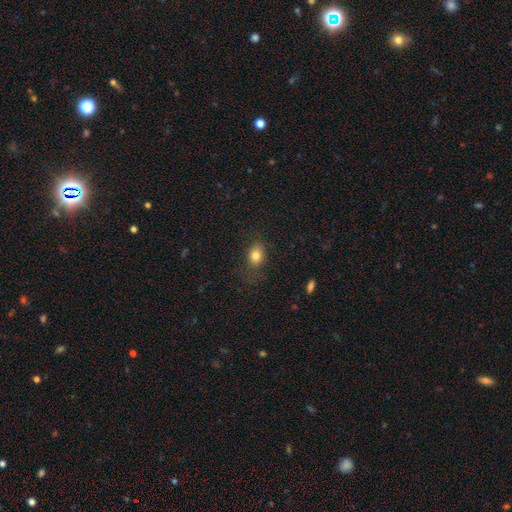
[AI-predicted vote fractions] A smooth galaxy with no disk features (81%) that is in between round and cigar-shaped (59%).

Vote fractions:
- Smooth or featured? smooth: 81% / star or artifact: 11% / featured or disk: 8%
- How rounded? in between: 59% / round: 39% / cigar-shaped: 1%
- Merging? none: 72% / minor disturbance: 18% / major disturbance: 8% / merger: 1%